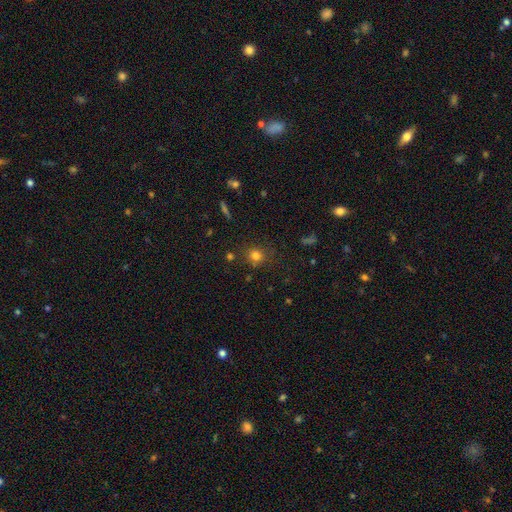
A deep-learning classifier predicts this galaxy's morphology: Q: Smooth or featured?
A: smooth (77%); runner-up: star or artifact (16%)
Q: How rounded?
A: round (84%); runner-up: in between (14%)
Q: Merging?
A: none (79%); runner-up: minor disturbance (13%)